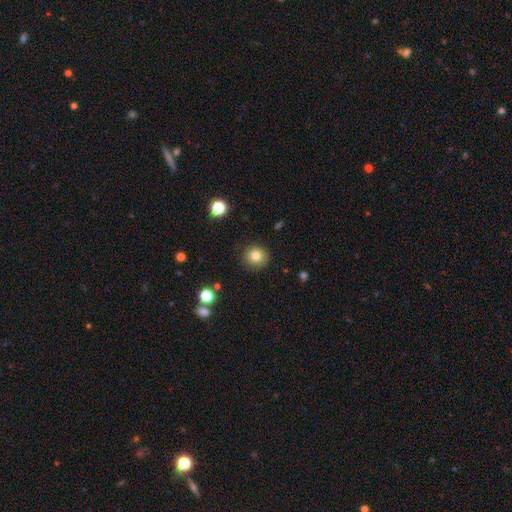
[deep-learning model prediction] Smooth or featured? smooth (80%)
How rounded? round (92%)
Merging? none (90%)